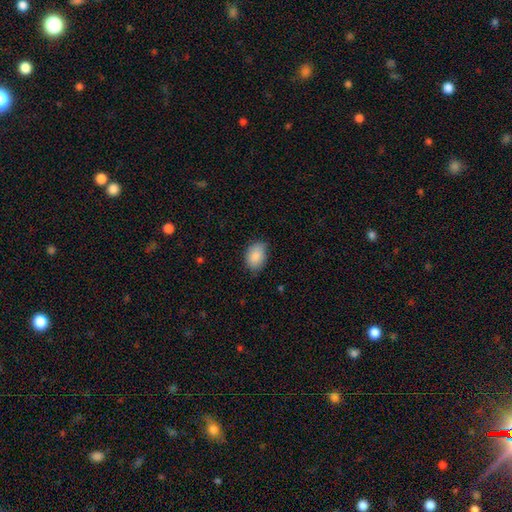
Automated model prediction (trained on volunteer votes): This is clearly a smooth galaxy (88%). How rounded: clearly in between (82%). Merging: likely none (74%).